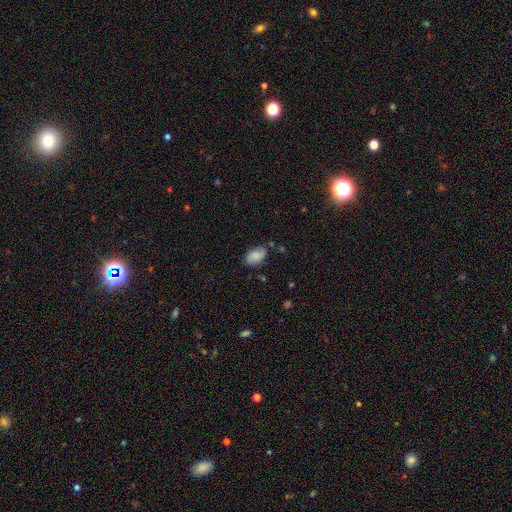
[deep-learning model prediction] Smooth or featured? Predicted: smooth (p=0.60). How rounded? Predicted: in between (p=0.89). Merging? Predicted: none (p=0.70).